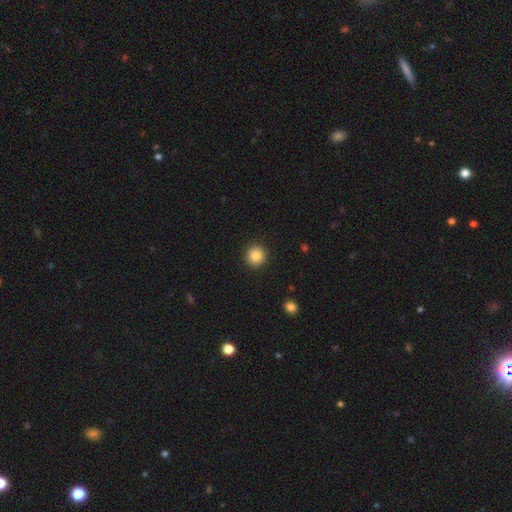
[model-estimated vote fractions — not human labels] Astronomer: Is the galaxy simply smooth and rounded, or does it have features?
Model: smooth — 86%.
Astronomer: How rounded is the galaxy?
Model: round — 93%.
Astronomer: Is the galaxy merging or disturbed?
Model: none — 93%.